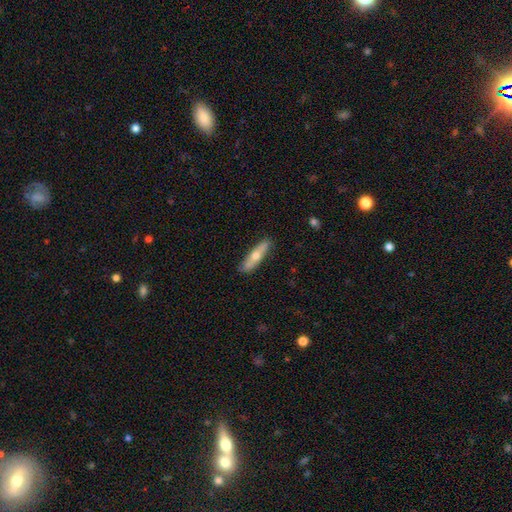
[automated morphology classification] Smooth or featured? smooth (54%)
How rounded? cigar-shaped (73%)
Merging? none (86%)